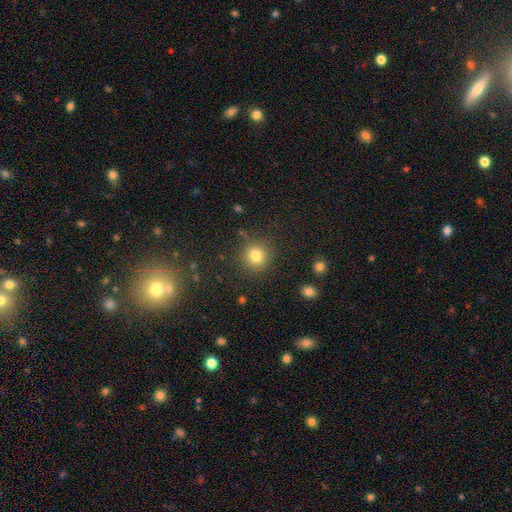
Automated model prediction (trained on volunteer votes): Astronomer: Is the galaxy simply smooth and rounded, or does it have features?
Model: smooth — 81%.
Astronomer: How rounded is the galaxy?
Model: round — 91%.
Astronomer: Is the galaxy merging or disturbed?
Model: none — 83%.